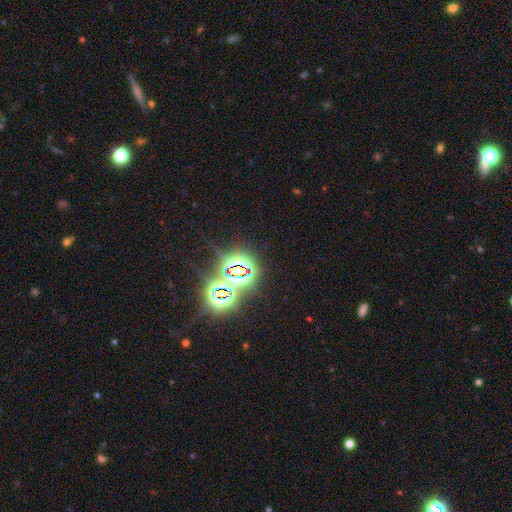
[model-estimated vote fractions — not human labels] Smooth or featured? Predicted: star or artifact (p=0.77).